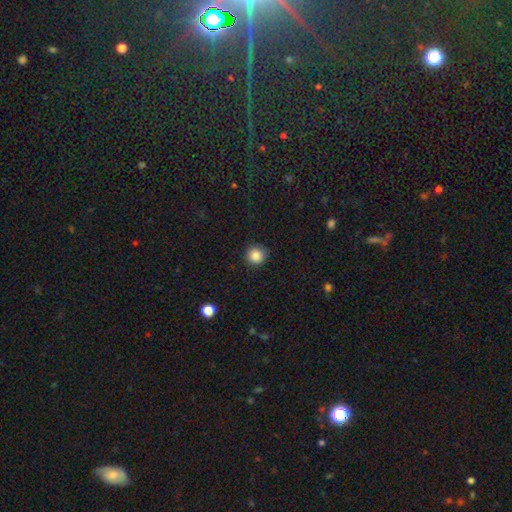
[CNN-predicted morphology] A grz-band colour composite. It shows a smooth galaxy with no disk features (87%) that is round (94%). Merging: none (90%).